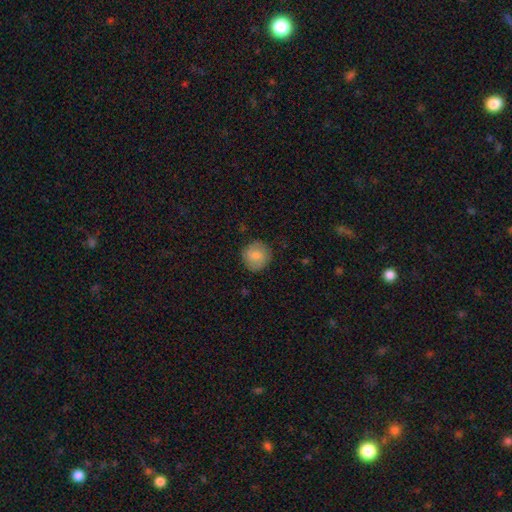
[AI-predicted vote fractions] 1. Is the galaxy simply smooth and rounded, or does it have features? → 80% smooth, 13% featured or disk, 7% star or artifact.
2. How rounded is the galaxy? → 92% round, 7% in between, 1% cigar-shaped.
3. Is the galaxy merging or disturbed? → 85% none, 11% minor disturbance, 3% major disturbance, 1% merger.